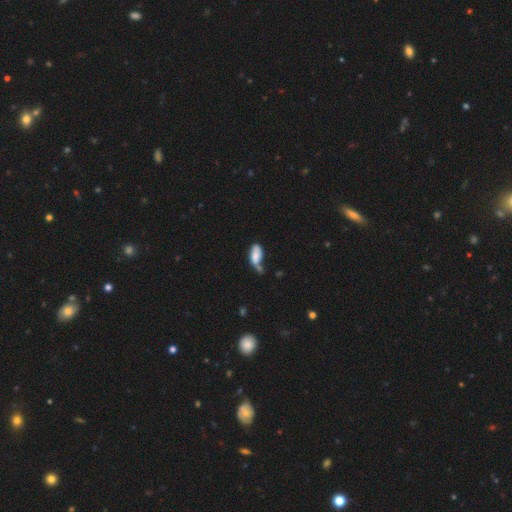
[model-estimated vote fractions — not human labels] Q: Smooth or featured?
A: smooth (71%); runner-up: featured or disk (20%)
Q: How rounded?
A: in between (89%); runner-up: cigar-shaped (7%)
Q: Merging?
A: merger (29%); runner-up: none (28%)